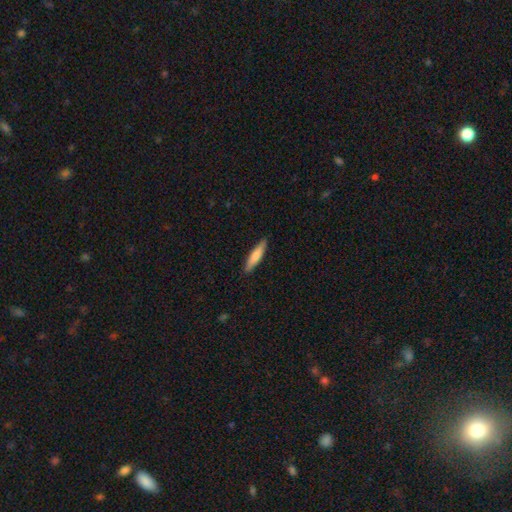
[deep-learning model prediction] This is likely a smooth galaxy (73%). How rounded: clearly cigar-shaped (83%). Merging: clearly none (90%).